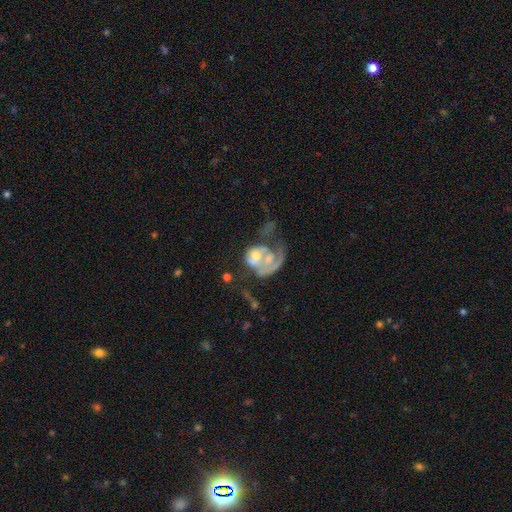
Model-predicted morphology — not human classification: smooth_or_featured: featured or disk (p=0.67) [alt: smooth p=0.26]
disk_edge_on: no (p=0.98) [alt: yes p=0.02]
bar: no (p=0.82) [alt: weak p=0.15]
has_spiral_arms: yes (p=0.54) [alt: no p=0.46]
bulge_size: moderate (p=0.56) [alt: small p=0.21]
merging: merger (p=0.49) [alt: major disturbance p=0.28]